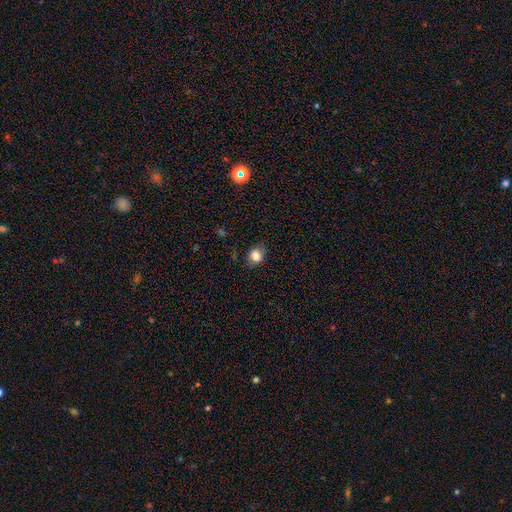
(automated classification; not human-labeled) A smooth galaxy with no disk features (81%) that is round (57%).

Vote fractions:
- Smooth or featured? smooth: 81% / star or artifact: 12% / featured or disk: 7%
- How rounded? round: 57% / in between: 42% / cigar-shaped: 1%
- Merging? none: 70% / minor disturbance: 22% / major disturbance: 7% / merger: 2%